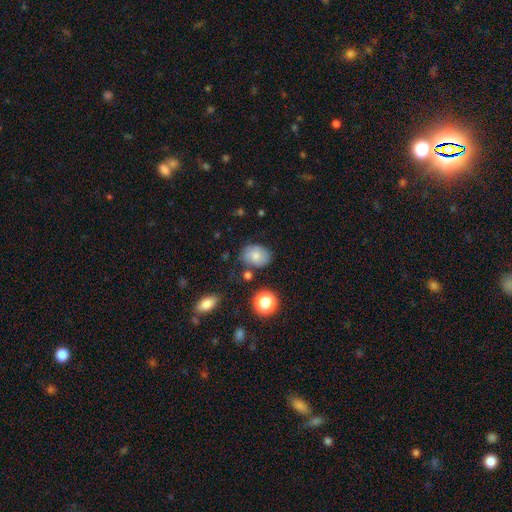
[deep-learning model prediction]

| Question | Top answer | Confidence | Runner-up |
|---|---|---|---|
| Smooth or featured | smooth | 72% | featured or disk (17%) |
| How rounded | in between | 61% | round (38%) |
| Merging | none | 71% | minor disturbance (19%) |